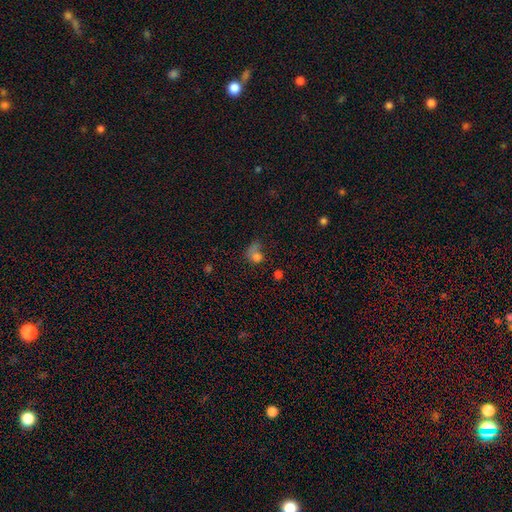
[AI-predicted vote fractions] smooth_or_featured: smooth (p=0.68) [alt: star or artifact p=0.17]
how_rounded: round (p=0.57) [alt: in between p=0.41]
merging: major disturbance (p=0.29) [tied with: none p=0.29]